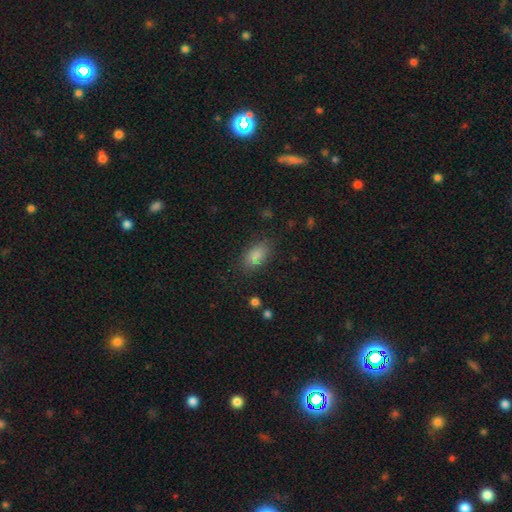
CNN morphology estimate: type=smooth (83%); roundness=in between (88%); merging=none (81%).